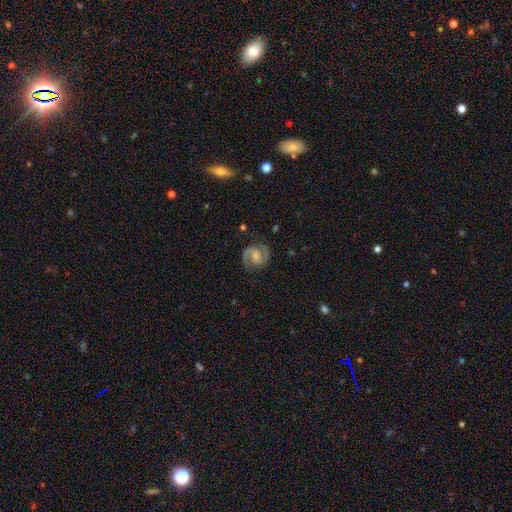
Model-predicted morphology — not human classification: A featured or disk galaxy (89%) with a weak bar (45%), 2 (94%) medium (59%) spiral arms (98%) and a small central bulge (39%).

Vote fractions:
- Smooth or featured? featured or disk: 89% / smooth: 6% / star or artifact: 5%
- Edge-on disk? no: 98% / yes: 2%
- Bar? weak: 45% / no: 44% / strong: 11%
- Spiral arms? yes: 98% / no: 2%
- Spiral winding? medium: 59% / tight: 29% / loose: 12%
- Spiral arm count? 2: 94% / can't tell: 2% / 1: 1% / 3: 1% / 4: 1% / more than 4: 1%
- Bulge size? small: 39% / moderate: 36% / none: 20% / large: 5% / dominant: 1%
- Merging? none: 82% / minor disturbance: 12% / major disturbance: 4% / merger: 1%